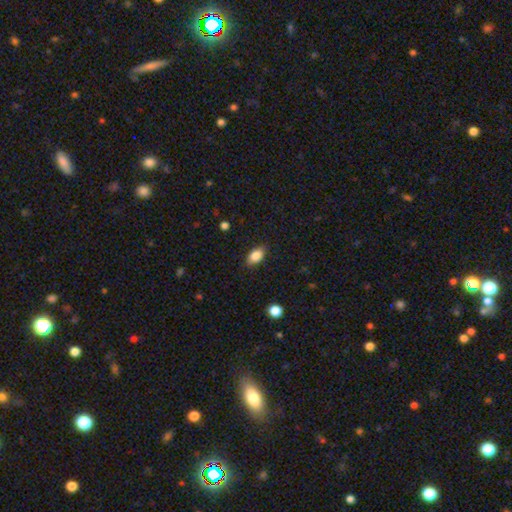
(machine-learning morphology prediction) Q: Smooth or featured?
A: smooth (86%); runner-up: star or artifact (8%)
Q: How rounded?
A: in between (88%); runner-up: round (8%)
Q: Merging?
A: none (84%); runner-up: minor disturbance (12%)